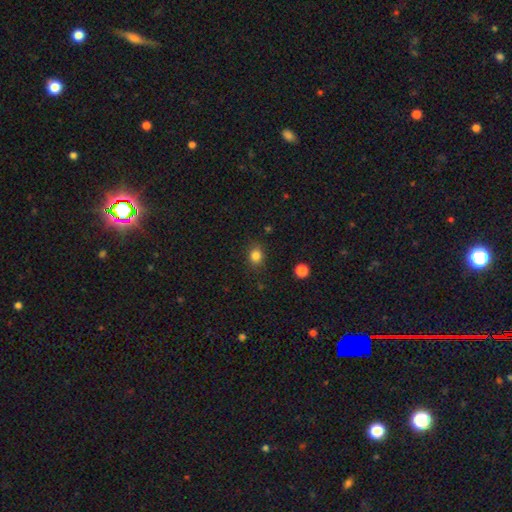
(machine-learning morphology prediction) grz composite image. It shows a smooth galaxy with no disk features (83%) that is round (58%). Merging: none (84%).